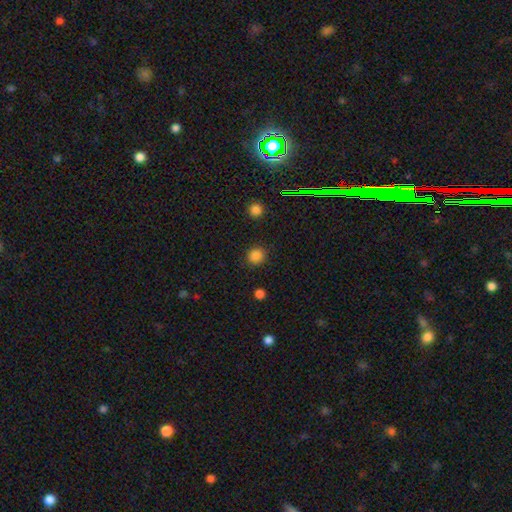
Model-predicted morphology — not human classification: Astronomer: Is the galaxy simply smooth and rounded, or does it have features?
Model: smooth — 84%.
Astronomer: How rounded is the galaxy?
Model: round — 89%.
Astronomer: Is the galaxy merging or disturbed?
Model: none — 89%.